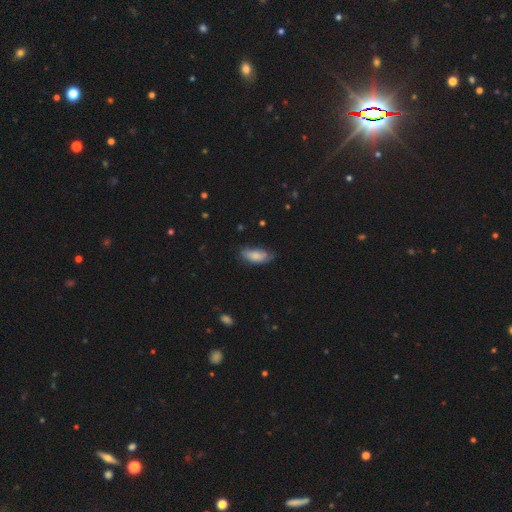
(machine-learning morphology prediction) Smooth or featured: smooth — 77% (featured or disk — 16%)
How rounded: in between — 82% (cigar-shaped — 16%)
Merging: none — 62% (minor disturbance — 30%)